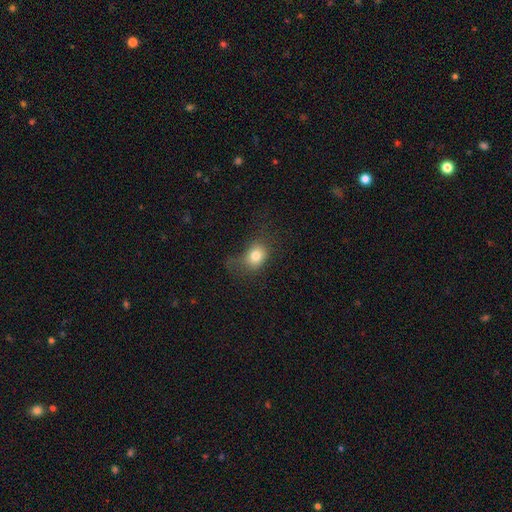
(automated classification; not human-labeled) smooth_or_featured: smooth (p=0.78) [alt: star or artifact p=0.12]
how_rounded: in between (p=0.52) [alt: round p=0.47]
merging: none (p=0.48) [alt: minor disturbance p=0.26]